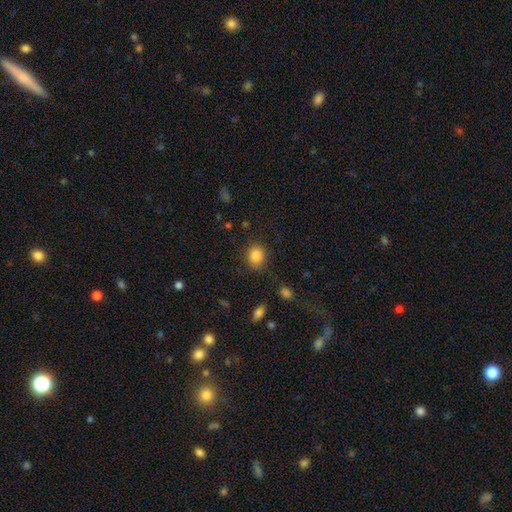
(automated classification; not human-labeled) smooth_or_featured: smooth (p=0.85) [alt: star or artifact p=0.10]
how_rounded: round (p=0.63) [alt: in between p=0.36]
merging: none (p=0.82) [alt: minor disturbance p=0.12]